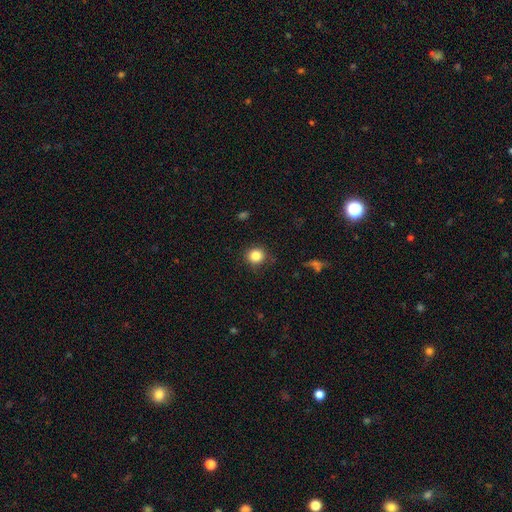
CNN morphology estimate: This appears to be a smooth galaxy with no disk features (84%) that is round (90%). Merging: none (86%).